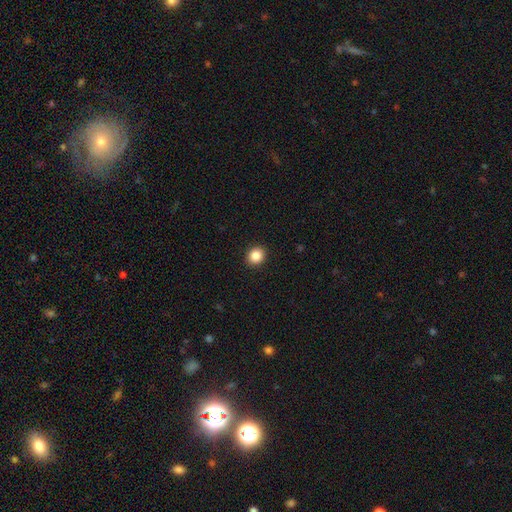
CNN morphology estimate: Smooth or featured? smooth (87%)
How rounded? round (80%)
Merging? none (92%)